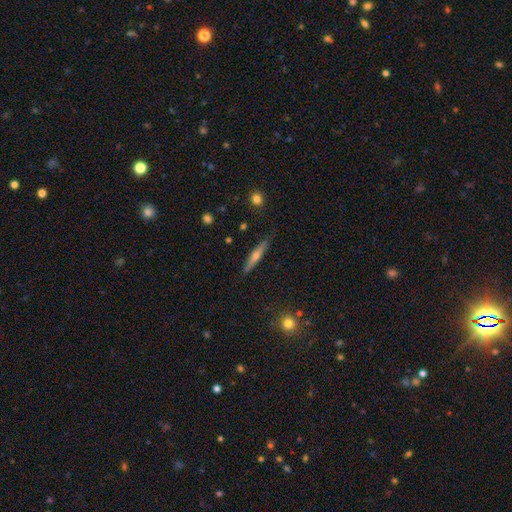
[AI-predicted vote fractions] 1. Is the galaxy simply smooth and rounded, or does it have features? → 54% featured or disk, 39% smooth, 7% star or artifact.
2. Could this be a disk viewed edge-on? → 95% yes, 5% no.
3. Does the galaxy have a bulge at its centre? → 79% rounded, 16% none, 5% boxy.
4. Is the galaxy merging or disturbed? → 87% none, 9% minor disturbance, 2% major disturbance, 1% merger.